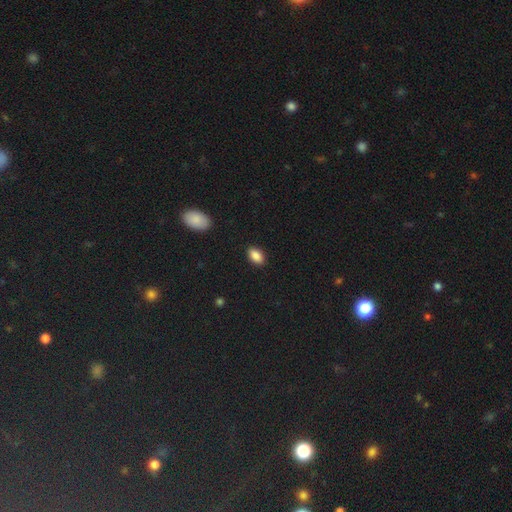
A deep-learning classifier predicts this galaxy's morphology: Smooth or featured? Predicted: smooth (p=0.87). How rounded? Predicted: in between (p=0.91). Merging? Predicted: none (p=0.89).